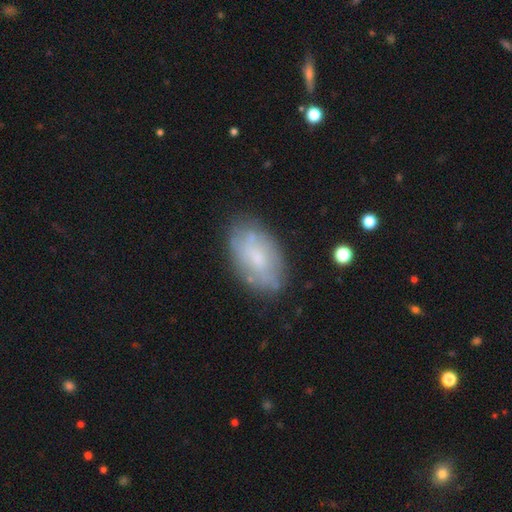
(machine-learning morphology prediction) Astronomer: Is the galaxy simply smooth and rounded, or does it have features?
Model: smooth — 52% (runner-up: featured or disk, 41%).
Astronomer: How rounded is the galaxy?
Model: in between — 93%.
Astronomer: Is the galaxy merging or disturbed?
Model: none — 72%.